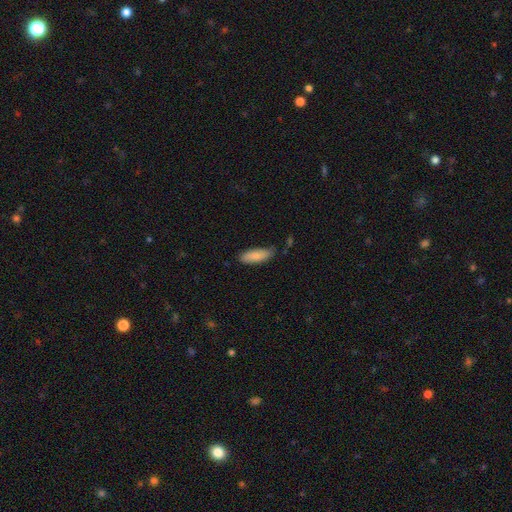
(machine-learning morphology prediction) Q: Smooth or featured?
A: smooth (84%); runner-up: featured or disk (10%)
Q: How rounded?
A: in between (64%); runner-up: cigar-shaped (34%)
Q: Merging?
A: none (74%); runner-up: minor disturbance (20%)